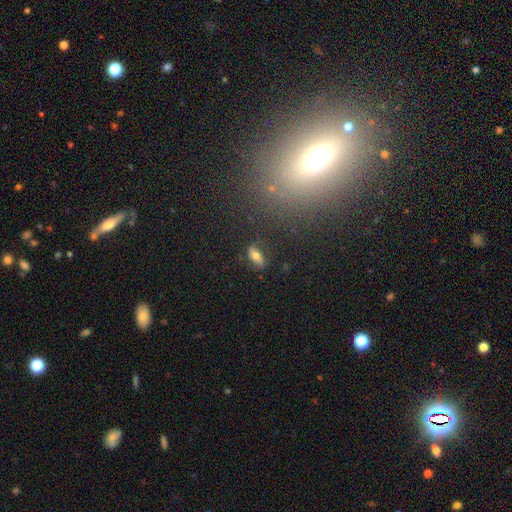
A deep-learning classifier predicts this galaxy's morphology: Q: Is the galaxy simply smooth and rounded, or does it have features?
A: smooth — 63%.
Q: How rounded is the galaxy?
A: in between — 76%.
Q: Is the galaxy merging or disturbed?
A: none — 80%.